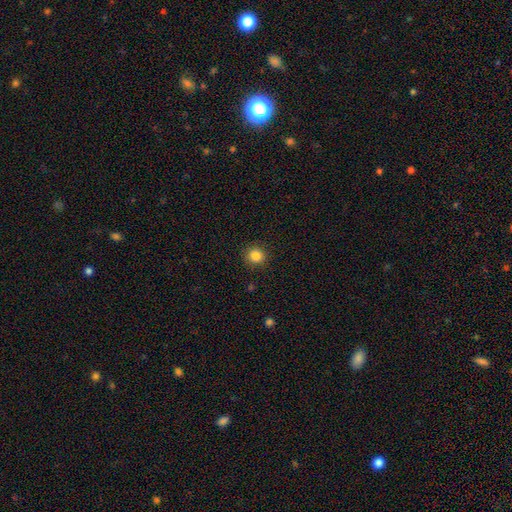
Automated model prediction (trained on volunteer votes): A smooth galaxy with no disk features (85%) that is round (92%). Merging: none (90%).